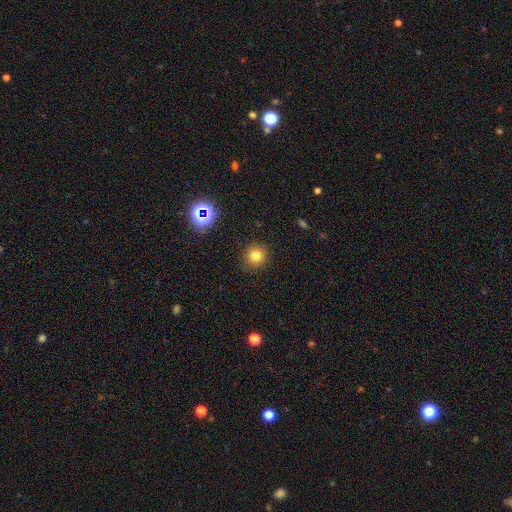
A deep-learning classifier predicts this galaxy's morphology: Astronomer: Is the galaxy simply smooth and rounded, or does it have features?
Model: smooth — 77%.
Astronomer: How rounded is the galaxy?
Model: round — 92%.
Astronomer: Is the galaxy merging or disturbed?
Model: none — 90%.